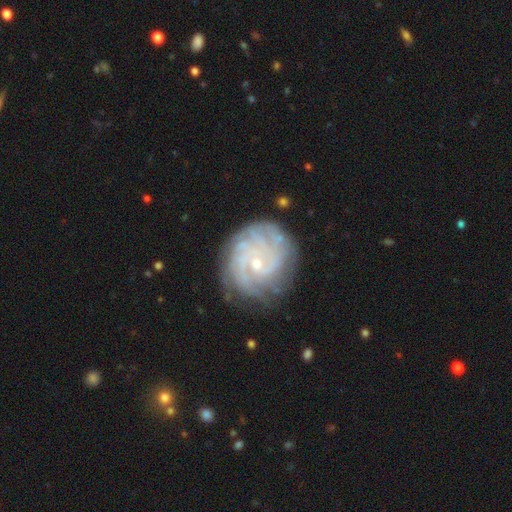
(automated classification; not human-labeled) Q: Smooth or featured?
A: featured or disk (83%); runner-up: smooth (9%)
Q: Edge-on disk?
A: no (97%); runner-up: yes (3%)
Q: Bar?
A: no (70%); runner-up: weak (25%)
Q: Spiral arms?
A: yes (96%); runner-up: no (4%)
Q: Spiral winding?
A: tight (74%); runner-up: medium (21%)
Q: Spiral arm count?
A: can't tell (33%); runner-up: 4 (20%)
Q: Bulge size?
A: small (78%); runner-up: moderate (18%)
Q: Merging?
A: none (80%); runner-up: minor disturbance (14%)